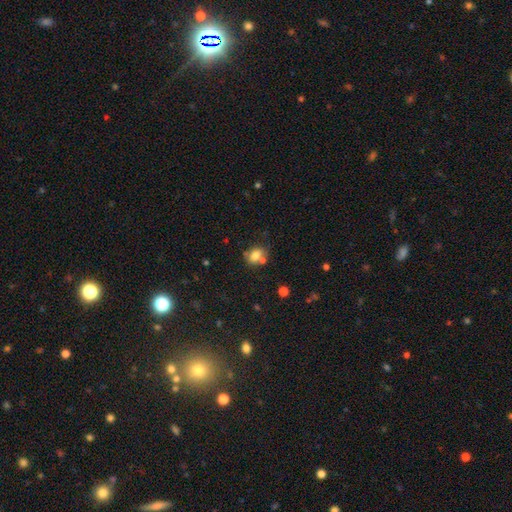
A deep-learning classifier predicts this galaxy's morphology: A smooth galaxy with no disk features (76%) that is in between round and cigar-shaped (61%).

Vote fractions:
- Smooth or featured? smooth: 76% / featured or disk: 13% / star or artifact: 11%
- How rounded? in between: 61% / round: 38% / cigar-shaped: 2%
- Merging? none: 56% / merger: 25% / minor disturbance: 15% / major disturbance: 5%